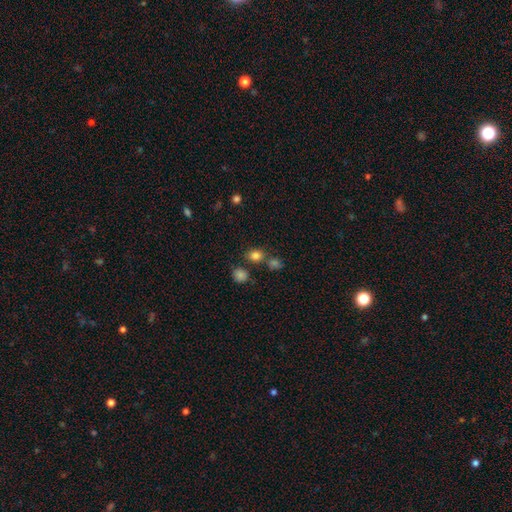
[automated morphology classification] Overall: smooth (80%). How rounded: round (69%; in between 30%). Merging: none (69%).